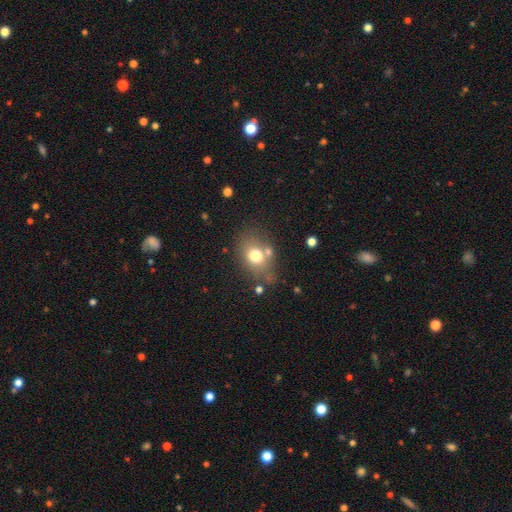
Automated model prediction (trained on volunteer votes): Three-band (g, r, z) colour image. It shows a smooth galaxy with no disk features (71%) that is in between round and cigar-shaped (53%). Merging: none (64%).